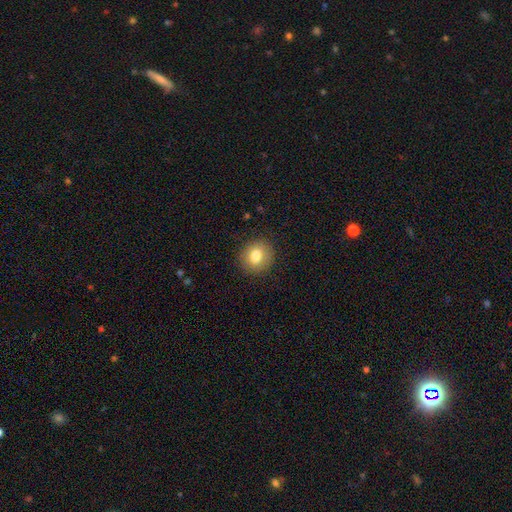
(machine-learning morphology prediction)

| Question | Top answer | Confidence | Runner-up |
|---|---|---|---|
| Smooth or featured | smooth | 80% | featured or disk (11%) |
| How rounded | round | 73% | in between (27%) |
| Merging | none | 87% | minor disturbance (9%) |